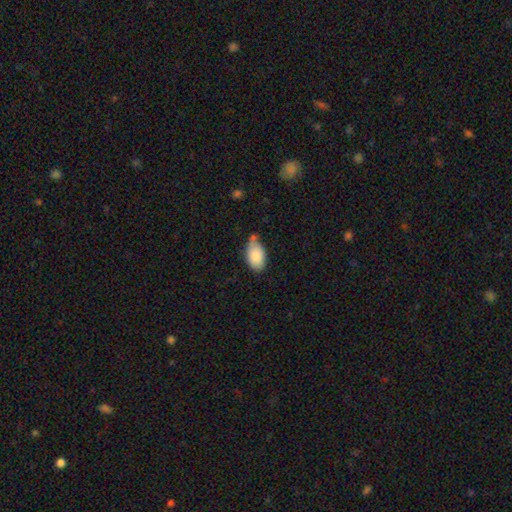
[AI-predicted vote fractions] smooth 85%, featured or disk 8%, star or artifact 7%. Down the decision tree: how rounded — in between (93%); merging — none (49%).